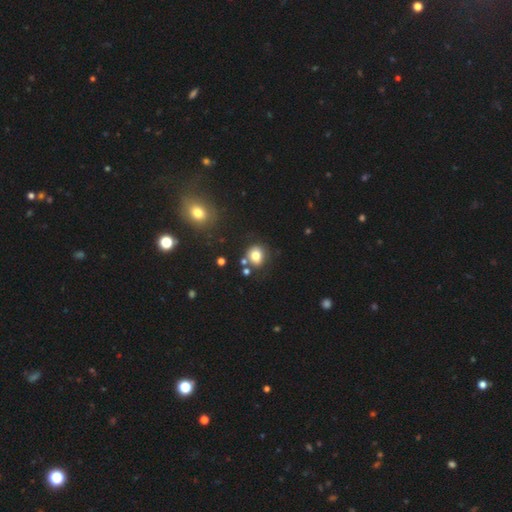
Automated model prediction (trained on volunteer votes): A smooth galaxy with no disk features (79%) that is round (72%). Merging: none (73%).